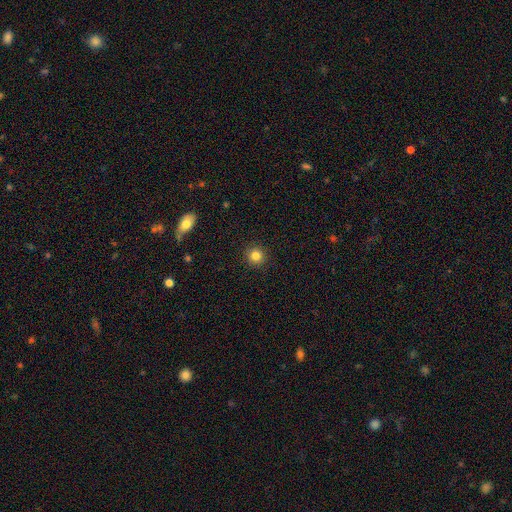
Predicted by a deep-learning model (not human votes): Q: Smooth or featured?
A: smooth (83%); runner-up: star or artifact (12%)
Q: How rounded?
A: round (94%); runner-up: in between (5%)
Q: Merging?
A: none (92%); runner-up: minor disturbance (5%)